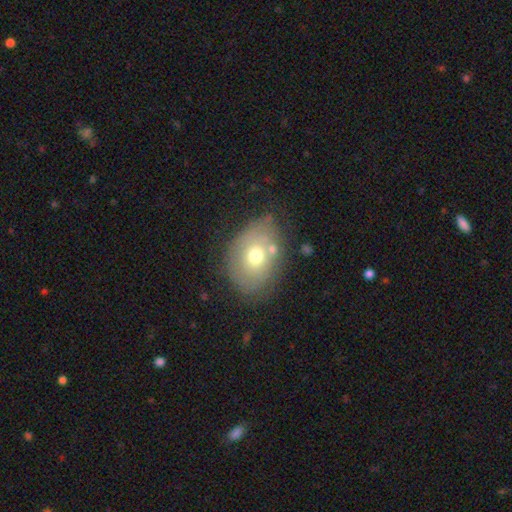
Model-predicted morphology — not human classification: Smooth or featured? smooth (61%)
How rounded? in between (72%)
Merging? none (66%)